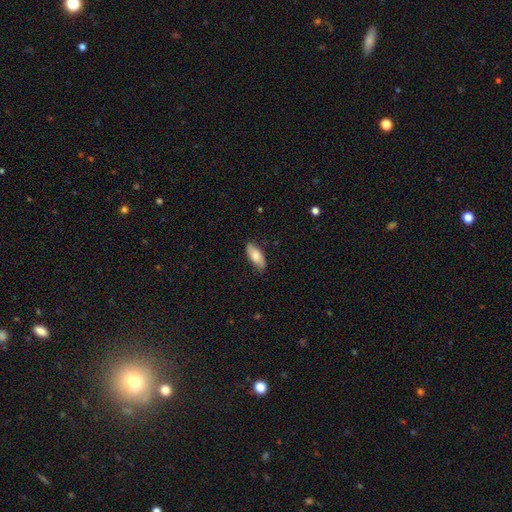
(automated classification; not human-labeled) Morphology: type=smooth (77%); roundness=in between (84%); merging=none (80%).